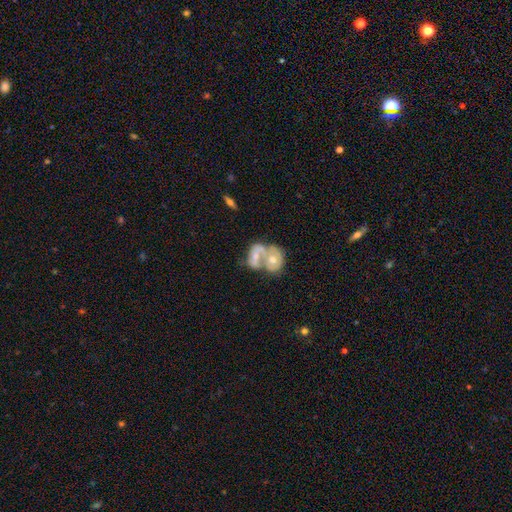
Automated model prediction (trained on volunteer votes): A featured or disk galaxy (52%) with no bar (77%), no spiral arms (60%) and a moderate central bulge (53%).

Vote fractions:
- Smooth or featured? featured or disk: 52% / smooth: 41% / star or artifact: 7%
- Edge-on disk? no: 96% / yes: 4%
- Bar? no: 77% / weak: 18% / strong: 6%
- Spiral arms? no: 60% / yes: 40%
- Bulge size? moderate: 53% / small: 29% / none: 10% / large: 6% / dominant: 2%
- Merging? merger: 76% / none: 10% / major disturbance: 8% / minor disturbance: 6%